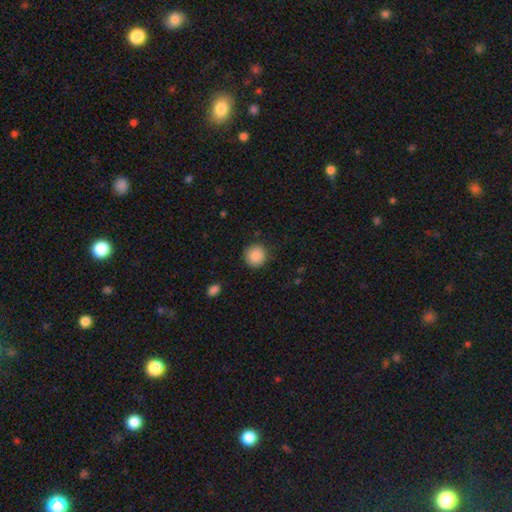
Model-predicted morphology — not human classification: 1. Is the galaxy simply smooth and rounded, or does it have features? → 88% smooth, 8% star or artifact, 4% featured or disk.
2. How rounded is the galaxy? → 93% round, 6% in between, 1% cigar-shaped.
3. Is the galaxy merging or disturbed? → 89% none, 8% minor disturbance, 2% major disturbance, 1% merger.